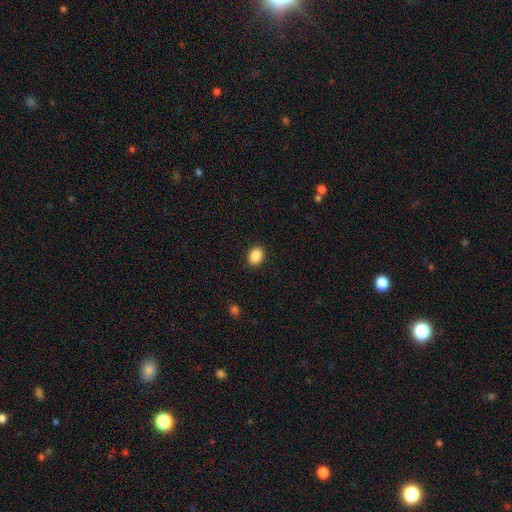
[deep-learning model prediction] smooth 89%, star or artifact 9%, featured or disk 3%. Down the decision tree: how rounded — in between (59%); merging — none (91%).